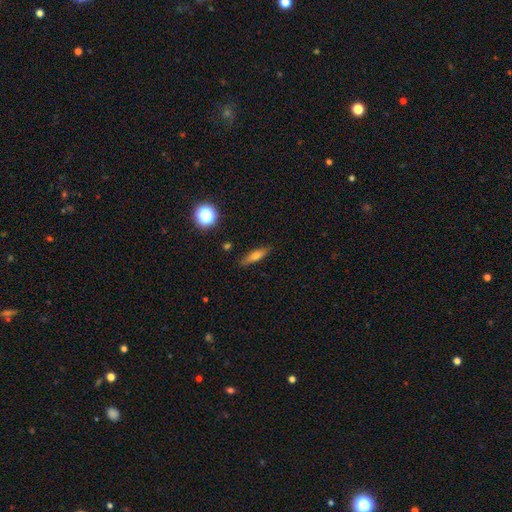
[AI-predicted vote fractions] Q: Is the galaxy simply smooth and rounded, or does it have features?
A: smooth — 65%.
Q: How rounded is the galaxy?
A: cigar-shaped — 58%.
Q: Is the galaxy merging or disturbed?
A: none — 84%.